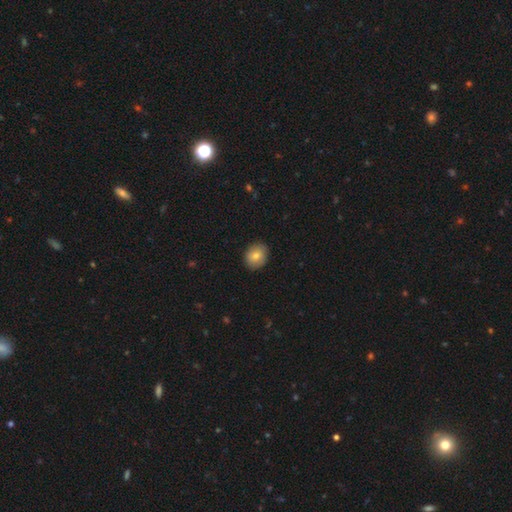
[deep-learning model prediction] Q: Smooth or featured?
A: smooth (77%); runner-up: featured or disk (14%)
Q: How rounded?
A: round (60%); runner-up: in between (39%)
Q: Merging?
A: none (88%); runner-up: minor disturbance (9%)